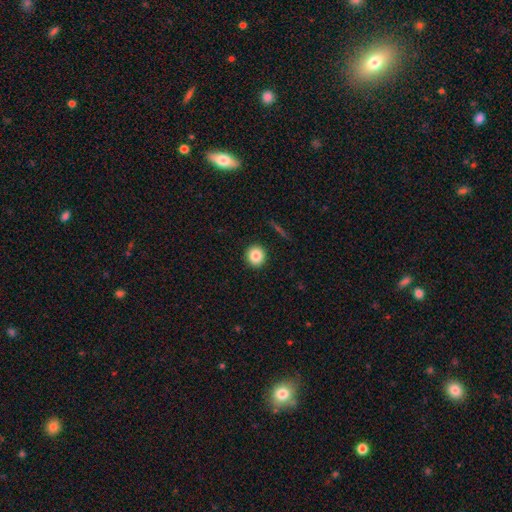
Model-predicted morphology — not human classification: smooth 85%, star or artifact 9%, featured or disk 6%. Down the decision tree: how rounded — round (92%); merging — none (92%).